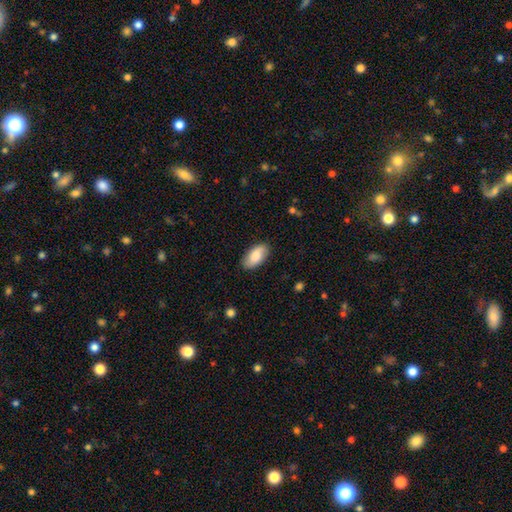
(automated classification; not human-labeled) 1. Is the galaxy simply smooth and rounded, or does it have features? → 81% smooth, 13% featured or disk, 6% star or artifact.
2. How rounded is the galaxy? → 94% in between, 3% cigar-shaped, 2% round.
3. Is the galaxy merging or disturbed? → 87% none, 10% minor disturbance, 2% major disturbance, 1% merger.